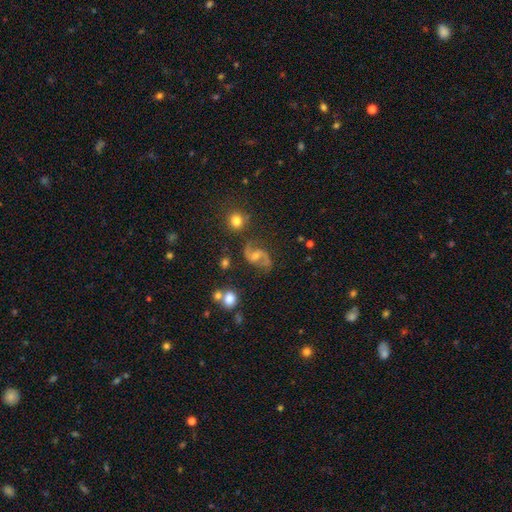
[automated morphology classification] smooth-or-featured: featured or disk: 84% | smooth: 9% | star or artifact: 7%
  disk-edge-on: no: 98% | yes: 2%
    bar: weak: 46% | no: 40% | strong: 14%
    has-spiral-arms: yes: 96% | no: 4%
      spiral-winding: loose: 54% | medium: 39% | tight: 7%
      spiral-arm-count: 2: 93% | can't tell: 2% | 1: 2% | 3: 1% | 4: 1% | more than 4: 1%
    bulge-size: moderate: 53% | small: 34% | none: 6% | large: 5% | dominant: 1%
  merging: none: 73% | minor disturbance: 15% | major disturbance: 8% | merger: 4%